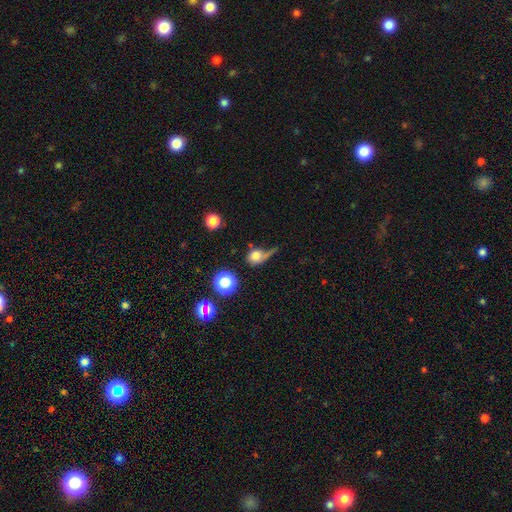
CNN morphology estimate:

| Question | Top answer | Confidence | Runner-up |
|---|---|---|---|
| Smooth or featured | smooth | 69% | featured or disk (18%) |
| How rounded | round | 69% | in between (29%) |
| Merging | major disturbance | 33% | none (32%) |